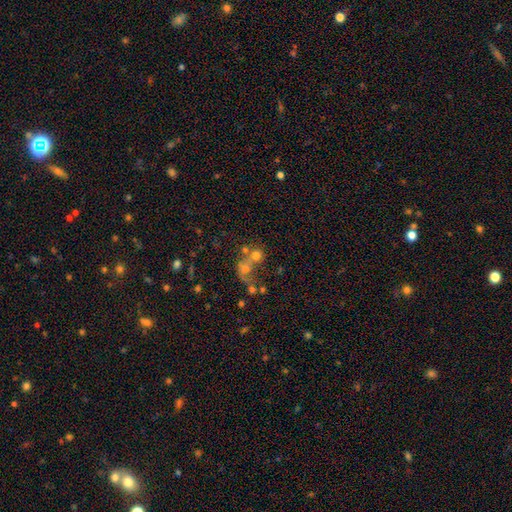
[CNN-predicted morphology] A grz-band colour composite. It shows a smooth galaxy with no disk features (60%) that is round (78%). Merging: merger (56%).